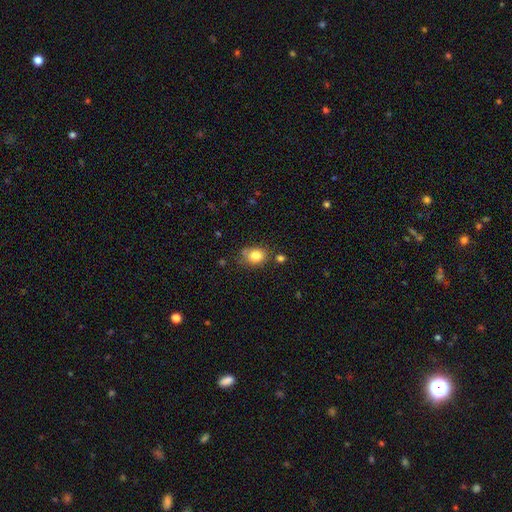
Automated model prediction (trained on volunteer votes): smooth-or-featured: smooth: 81% | star or artifact: 11% | featured or disk: 8%
  how-rounded: round: 54% | in between: 45% | cigar-shaped: 1%
  merging: none: 68% | minor disturbance: 18% | merger: 9% | major disturbance: 5%